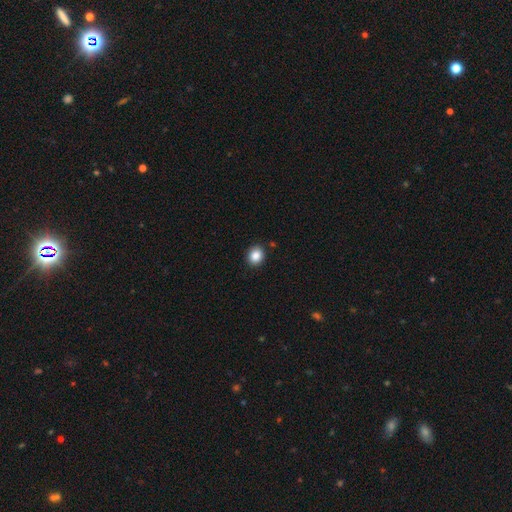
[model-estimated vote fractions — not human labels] Morphology: type=smooth (87%); roundness=round (70%); merging=none (89%).